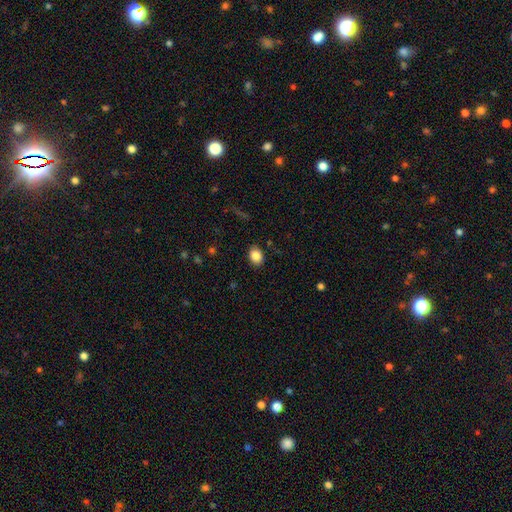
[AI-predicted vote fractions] A smooth galaxy with no disk features (86%) that is in between round and cigar-shaped (64%).

Vote fractions:
- Smooth or featured? smooth: 86% / star or artifact: 9% / featured or disk: 5%
- How rounded? in between: 64% / round: 35% / cigar-shaped: 1%
- Merging? none: 88% / minor disturbance: 9% / major disturbance: 2% / merger: 1%